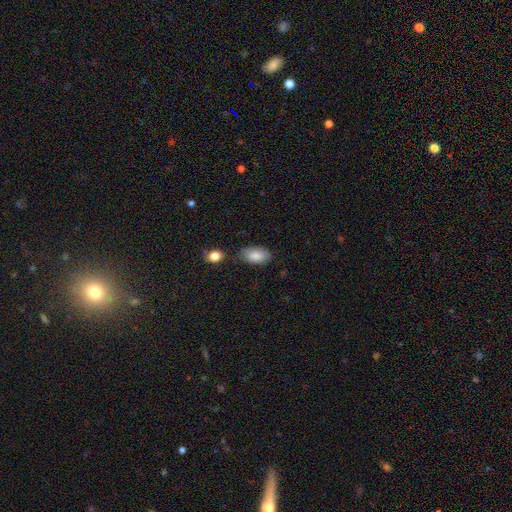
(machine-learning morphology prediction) Smooth or featured? Predicted: smooth (p=0.85). How rounded? Predicted: in between (p=0.94). Merging? Predicted: none (p=0.71).